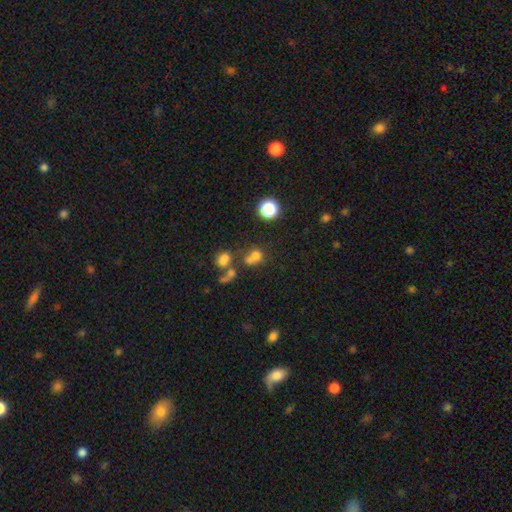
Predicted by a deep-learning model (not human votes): A smooth galaxy with no disk features (67%) that is round (78%).

Vote fractions:
- Smooth or featured? smooth: 67% / star or artifact: 20% / featured or disk: 12%
- How rounded? round: 78% / in between: 21% / cigar-shaped: 1%
- Merging? none: 44% / merger: 37% / minor disturbance: 10% / major disturbance: 8%